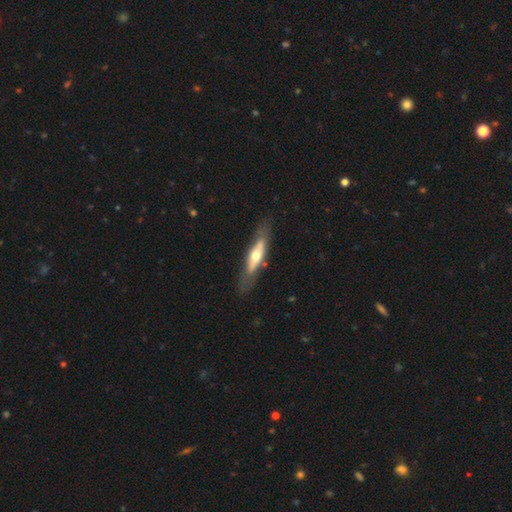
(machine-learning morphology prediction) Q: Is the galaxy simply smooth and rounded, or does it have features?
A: featured or disk — 55%.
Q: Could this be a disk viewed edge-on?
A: yes — 59%.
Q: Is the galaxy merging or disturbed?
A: none — 75%.